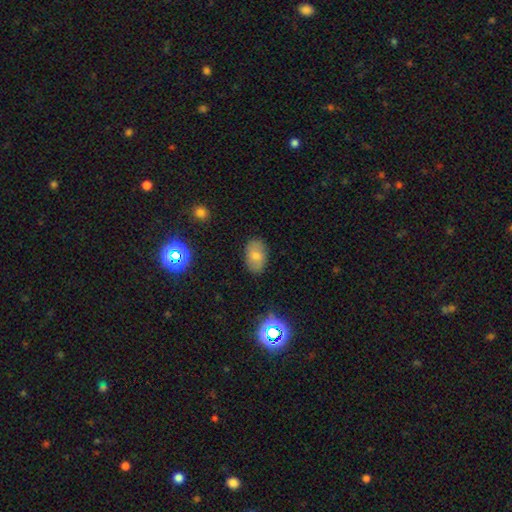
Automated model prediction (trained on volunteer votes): This is likely a smooth galaxy (72%). How rounded: clearly in between (88%). Merging: clearly none (85%).